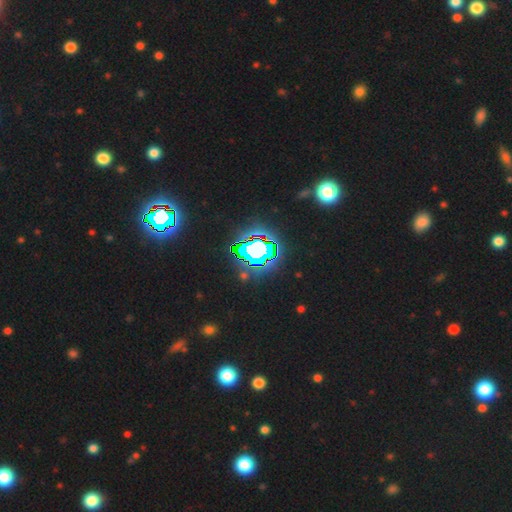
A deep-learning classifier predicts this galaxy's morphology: Overall: star or artifact (77%).